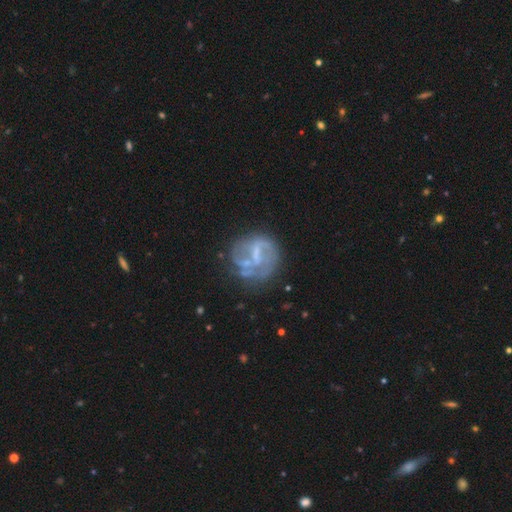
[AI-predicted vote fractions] Q: Smooth or featured?
A: featured or disk (70%); runner-up: smooth (21%)
Q: Edge-on disk?
A: no (98%); runner-up: yes (2%)
Q: Bar?
A: weak (46%); runner-up: no (28%)
Q: Spiral arms?
A: yes (58%); runner-up: no (42%)
Q: Bulge size?
A: none (40%); runner-up: small (36%)
Q: Merging?
A: none (60%); runner-up: minor disturbance (19%)